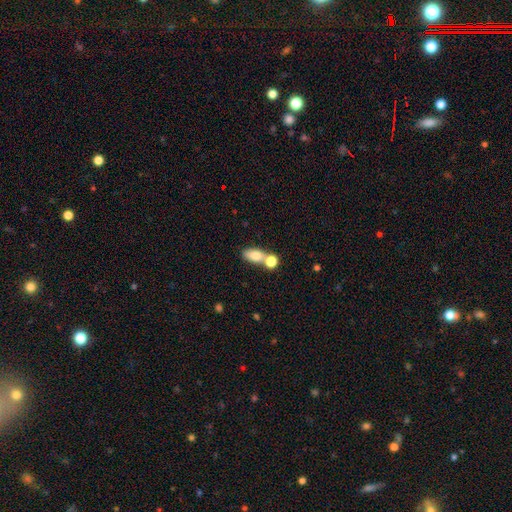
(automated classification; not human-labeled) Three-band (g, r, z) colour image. It shows a smooth galaxy with no disk features (77%) that is in between round and cigar-shaped (81%). Merging: none (44%).